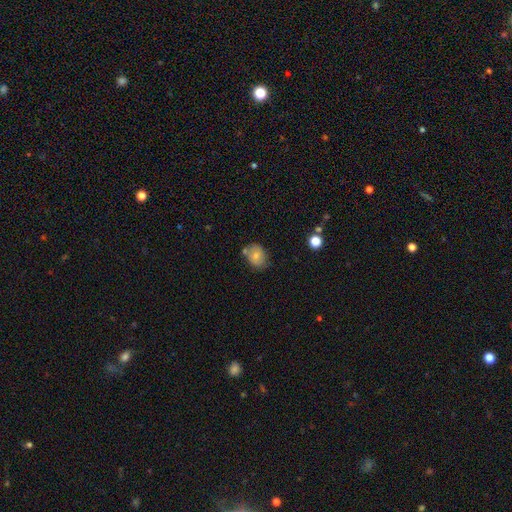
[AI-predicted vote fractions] smooth 74%, featured or disk 17%, star or artifact 9%. Down the decision tree: how rounded — round (50%); merging — none (63%).